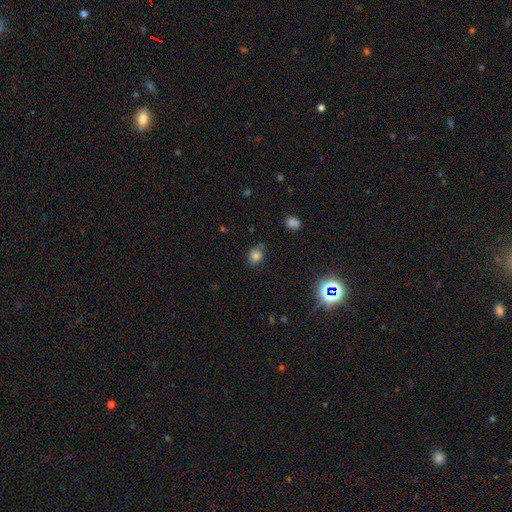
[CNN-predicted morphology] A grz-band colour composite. It shows a smooth galaxy with no disk features (77%) that is round (71%). Merging: none (77%).